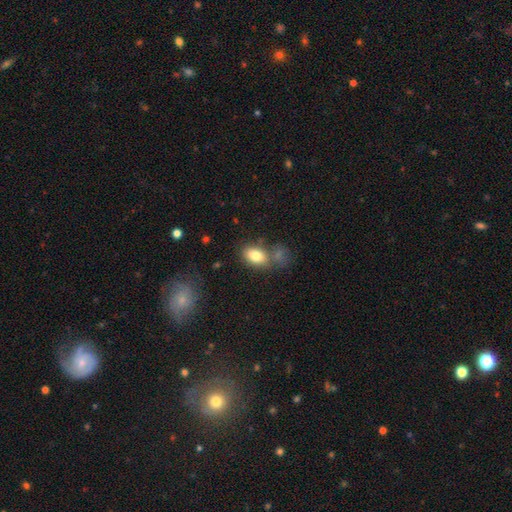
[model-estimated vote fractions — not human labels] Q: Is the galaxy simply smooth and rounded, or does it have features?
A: smooth — 81%.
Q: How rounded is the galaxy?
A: in between — 88%.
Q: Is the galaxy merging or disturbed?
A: none — 59%.